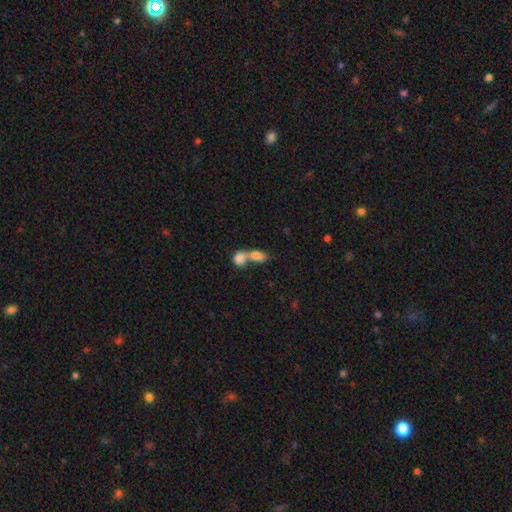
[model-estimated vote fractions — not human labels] This is clearly a smooth galaxy (82%). How rounded: likely in between (77%). Merging: likely merger (74%).